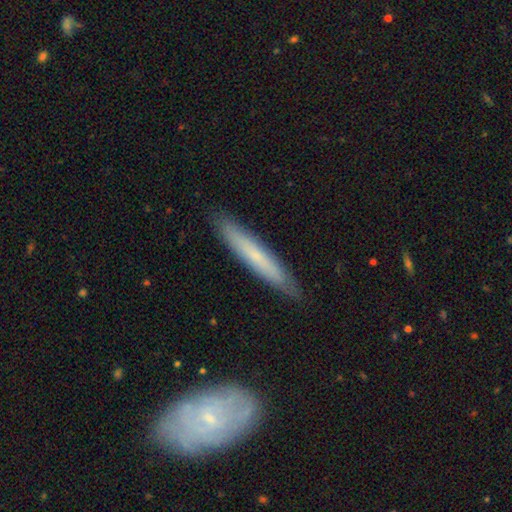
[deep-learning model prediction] A smooth galaxy with no disk features (61%) that is cigar-shaped (94%).

Vote fractions:
- Smooth or featured? smooth: 61% / featured or disk: 33% / star or artifact: 6%
- How rounded? cigar-shaped: 94% / in between: 5% / round: 1%
- Merging? none: 88% / minor disturbance: 9% / major disturbance: 2% / merger: 1%